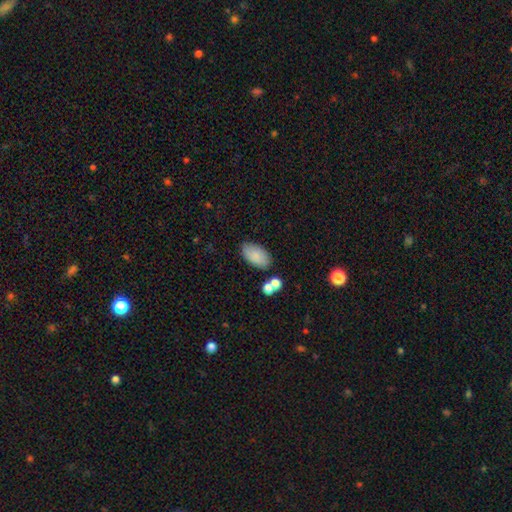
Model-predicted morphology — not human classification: Smooth or featured?
  - smooth: 85% *
  - featured or disk: 8%
  - star or artifact: 7%
How rounded?
  - in between: 94% *
  - round: 4%
  - cigar-shaped: 2%
Merging?
  - none: 75% *
  - minor disturbance: 14%
  - merger: 8%
  - major disturbance: 4%